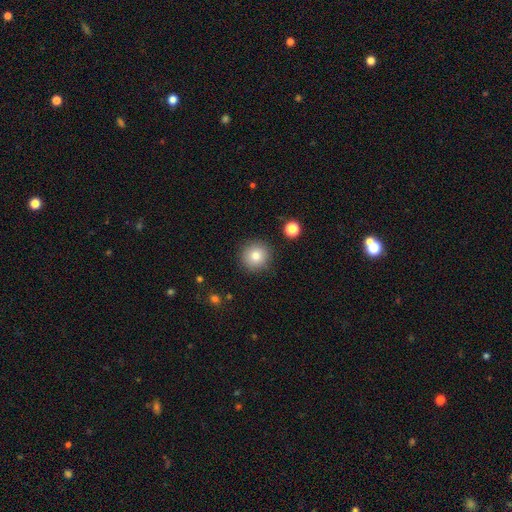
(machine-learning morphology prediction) Smooth or featured: smooth — 80% (star or artifact — 11%)
How rounded: round — 95% (in between — 4%)
Merging: none — 89% (minor disturbance — 7%)